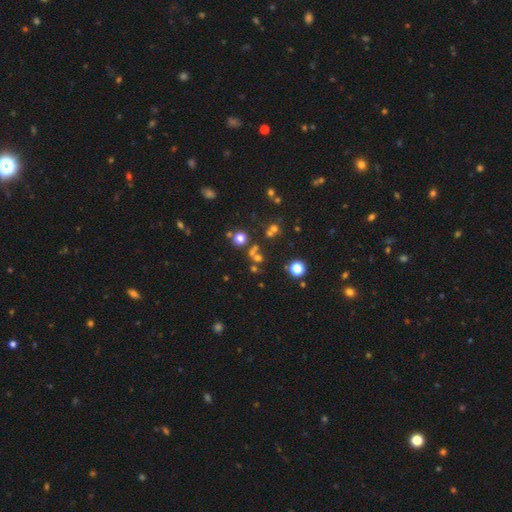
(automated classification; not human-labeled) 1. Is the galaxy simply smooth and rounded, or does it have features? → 50% smooth, 36% star or artifact, 13% featured or disk.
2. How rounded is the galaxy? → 85% round, 14% in between, 1% cigar-shaped.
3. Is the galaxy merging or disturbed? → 59% none, 27% merger, 9% minor disturbance, 6% major disturbance.